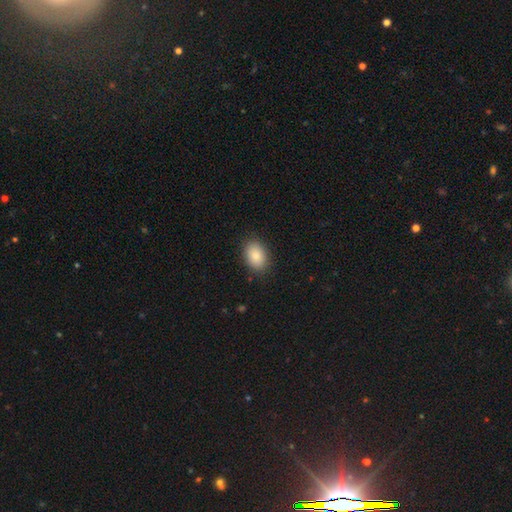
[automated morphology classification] The model was most divided on "how rounded": in between: 82%, round: 17%, cigar-shaped: 1%. More confident: merging — none (87%); smooth or featured — smooth (87%).